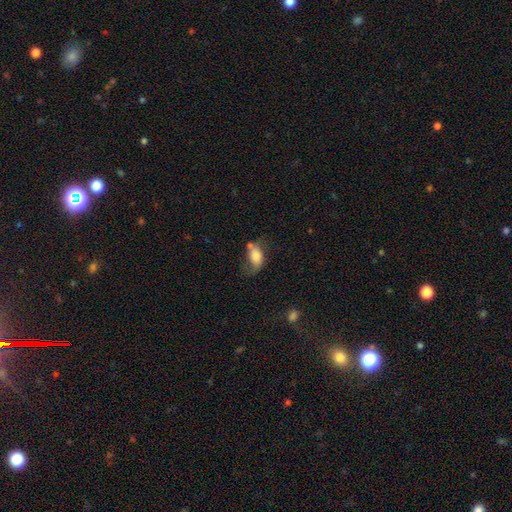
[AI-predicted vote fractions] This appears to be a smooth galaxy with no disk features (65%) that is in between round and cigar-shaped (88%). Merging: none (35%).